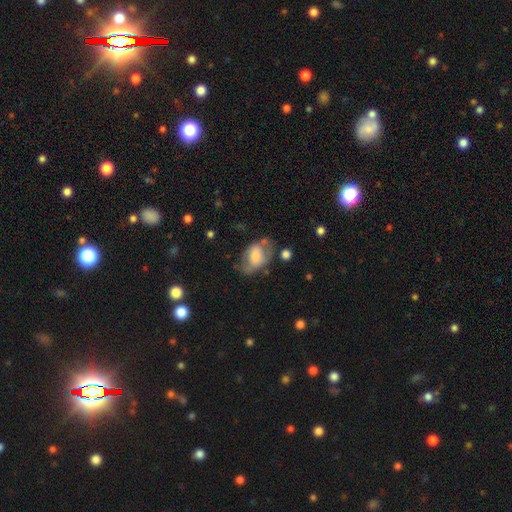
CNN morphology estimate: Smooth or featured? smooth (54%)
How rounded? in between (84%)
Merging? none (47%)